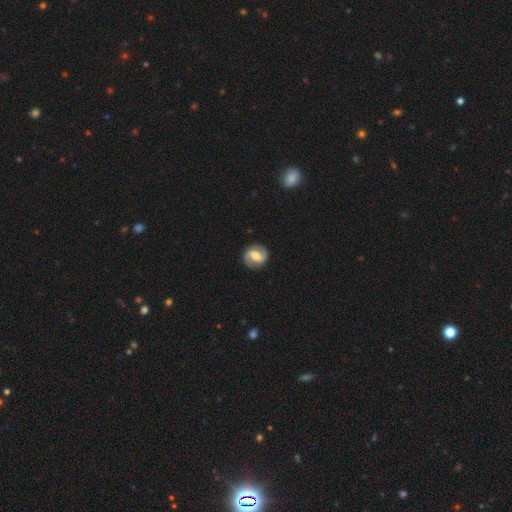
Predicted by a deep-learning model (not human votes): Smooth or featured: featured or disk — 78% (smooth — 17%)
Edge-on disk: no — 97% (yes — 3%)
Bar: weak — 45% (strong — 34%)
Spiral arms: yes — 92% (no — 8%)
Spiral winding: medium — 48% (tight — 27%)
Spiral arm count: 2 — 92% (can't tell — 3%)
Bulge size: moderate — 65% (large — 16%)
Merging: none — 88% (minor disturbance — 8%)